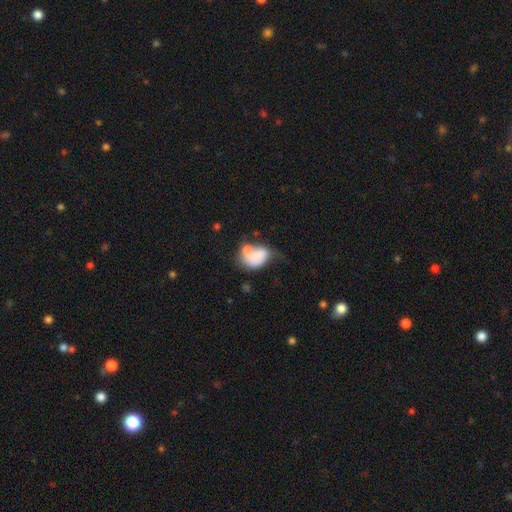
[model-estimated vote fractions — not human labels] Smooth or featured?
  - smooth: 62% *
  - featured or disk: 29%
  - star or artifact: 8%
How rounded?
  - in between: 72% *
  - round: 26%
  - cigar-shaped: 1%
Merging?
  - merger: 32% *
  - minor disturbance: 24%
  - none: 23%
  - major disturbance: 22%